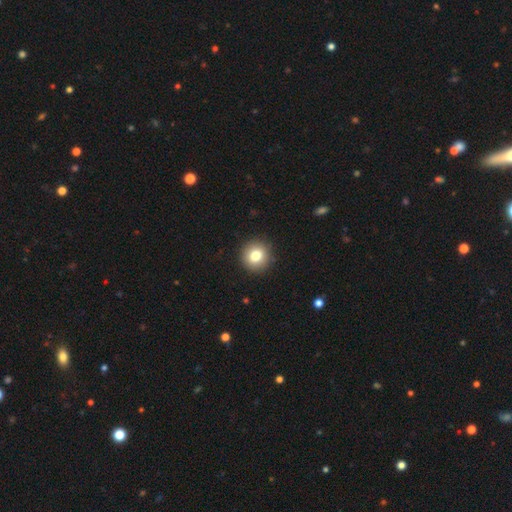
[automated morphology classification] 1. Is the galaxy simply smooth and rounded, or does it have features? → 80% smooth, 10% star or artifact, 10% featured or disk.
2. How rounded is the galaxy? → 93% round, 6% in between, 1% cigar-shaped.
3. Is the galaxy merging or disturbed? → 92% none, 6% minor disturbance, 2% major disturbance, 1% merger.